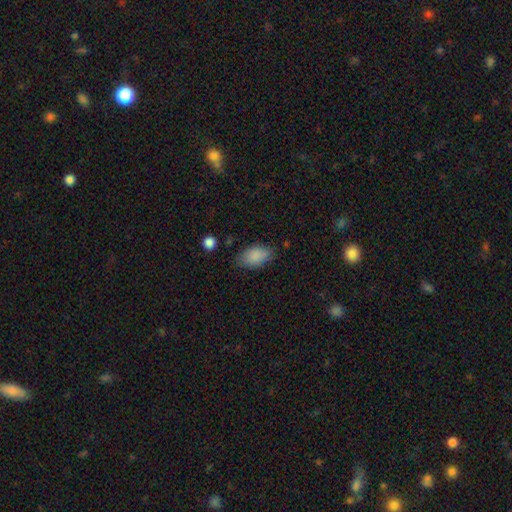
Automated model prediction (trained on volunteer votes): smooth 87%, star or artifact 8%, featured or disk 5%. Down the decision tree: how rounded — in between (91%); merging — none (74%).